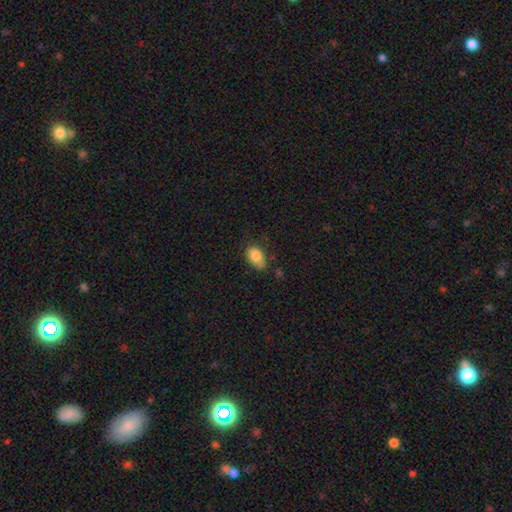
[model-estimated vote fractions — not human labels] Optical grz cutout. It shows a smooth galaxy with no disk features (85%) that is in between round and cigar-shaped (88%). Merging: none (57%).